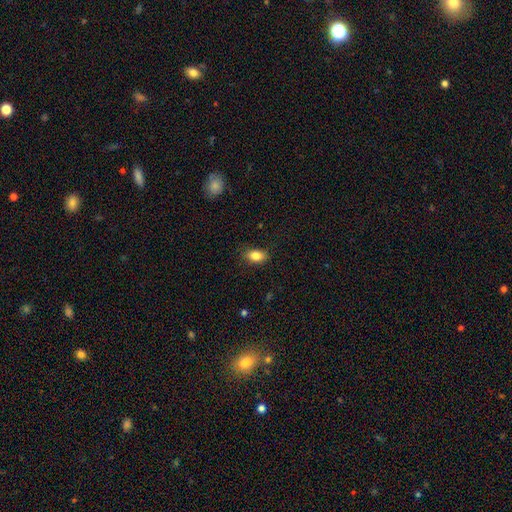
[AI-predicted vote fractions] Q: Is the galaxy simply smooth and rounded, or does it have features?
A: smooth — 84%.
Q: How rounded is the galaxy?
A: in between — 85%.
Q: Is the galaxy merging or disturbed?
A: none — 83%.